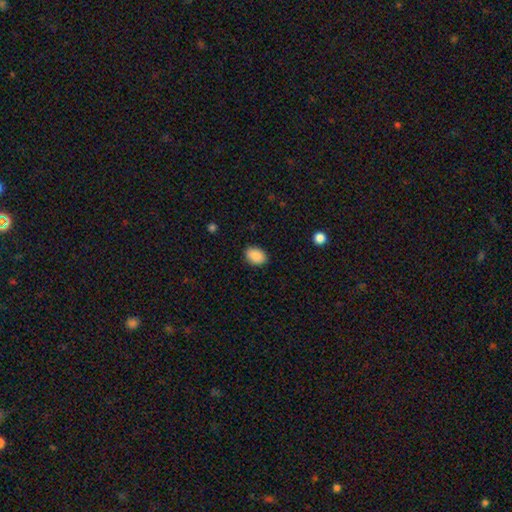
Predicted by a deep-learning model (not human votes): This is clearly a smooth galaxy (89%). How rounded: likely in between (78%). Merging: clearly none (87%).